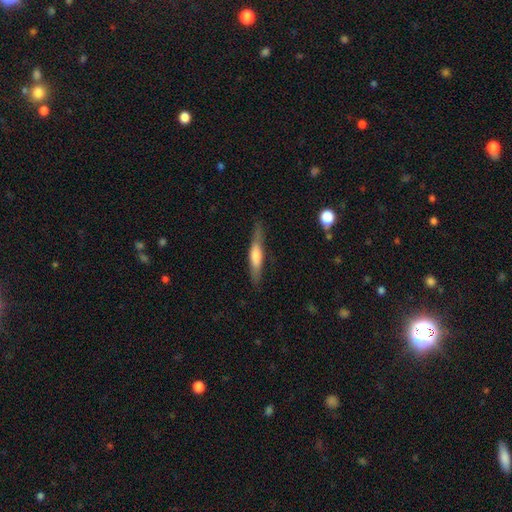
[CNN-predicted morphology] A smooth galaxy with no disk features (48%).

Vote fractions:
- Smooth or featured? smooth: 48% / featured or disk: 46% / star or artifact: 6%
- Merging? none: 82% / minor disturbance: 13% / major disturbance: 3% / merger: 1%